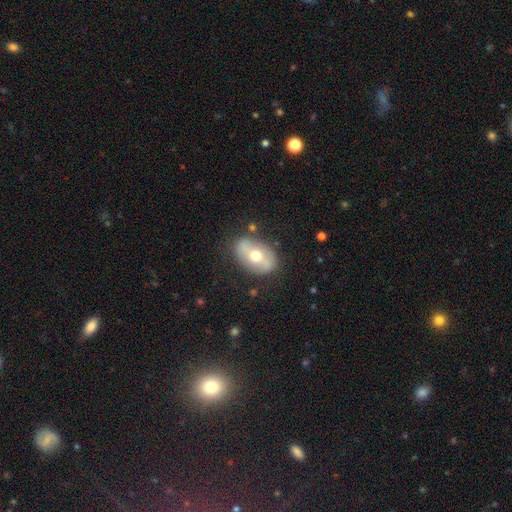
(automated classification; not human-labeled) Smooth or featured: featured or disk — 52% (smooth — 41%)
Edge-on disk: no — 88% (yes — 12%)
Merging: none — 79% (minor disturbance — 14%)